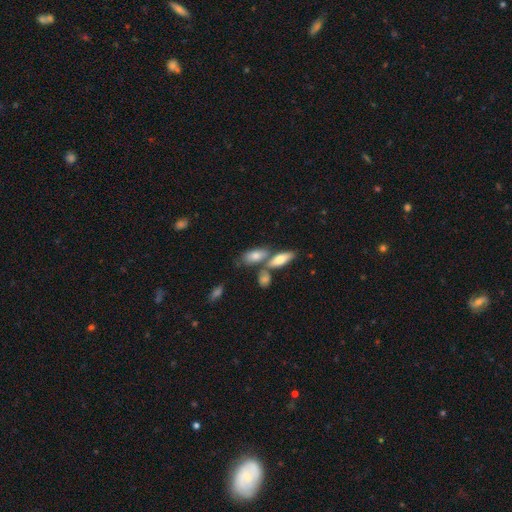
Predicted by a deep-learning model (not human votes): The model was most divided on "merging": none: 46%, merger: 37%, minor disturbance: 13%, major disturbance: 4%. More confident: how rounded — in between (81%); smooth or featured — smooth (73%).